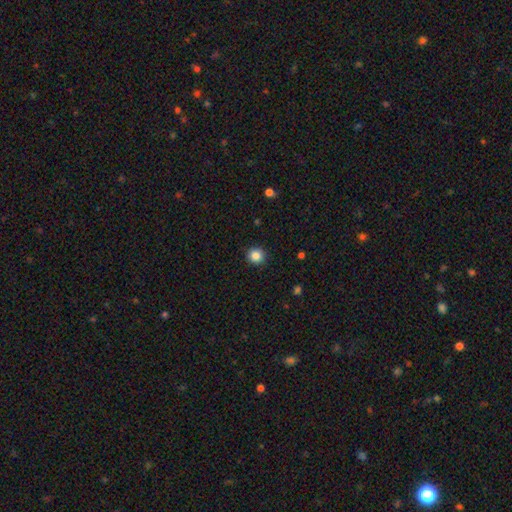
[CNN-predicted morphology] Smooth or featured? smooth (85%)
How rounded? round (93%)
Merging? none (91%)